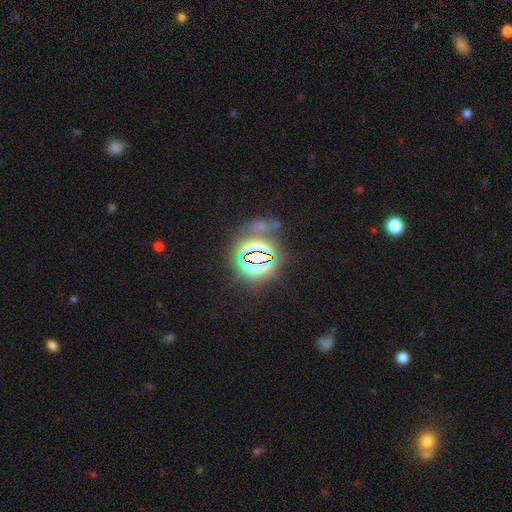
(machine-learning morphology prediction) smooth_or_featured: star or artifact (p=0.77) [alt: smooth p=0.14]